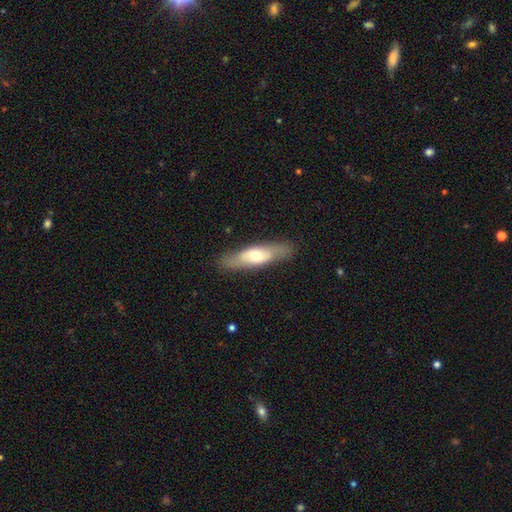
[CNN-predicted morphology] type=smooth (48%); merging=none (85%).